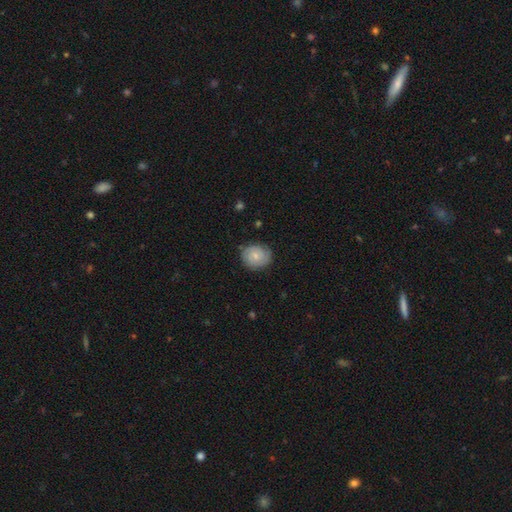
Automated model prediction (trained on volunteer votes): A featured or disk galaxy (61%) with no bar (64%), 2 (60%) tight (69%) spiral arms (90%) and a small central bulge (61%). Merging: none (83%).